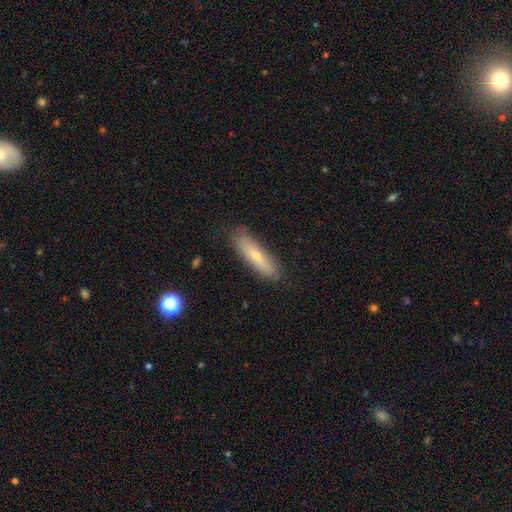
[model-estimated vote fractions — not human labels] This appears to be a smooth galaxy with no disk features (63%) that is cigar-shaped (66%). Merging: none (81%).